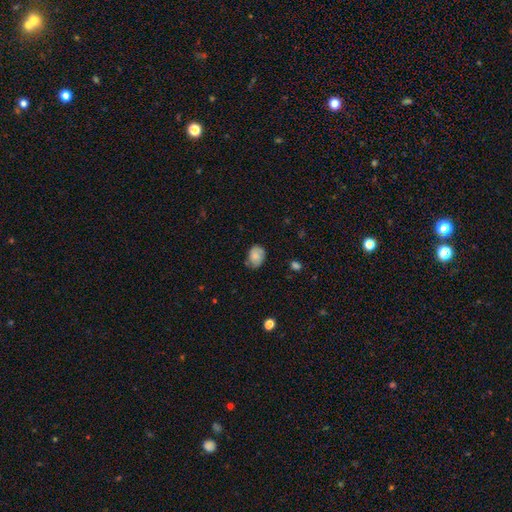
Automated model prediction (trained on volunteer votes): This is likely a smooth galaxy (63%). How rounded: likely in between (69%). Merging: likely none (66%).